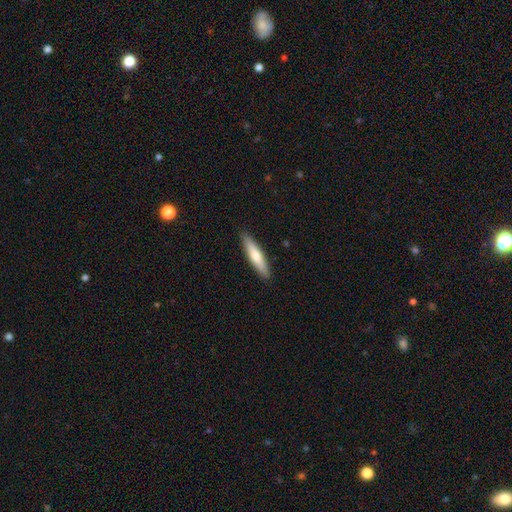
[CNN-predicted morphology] Smooth or featured? smooth (62%)
How rounded? cigar-shaped (85%)
Merging? none (91%)